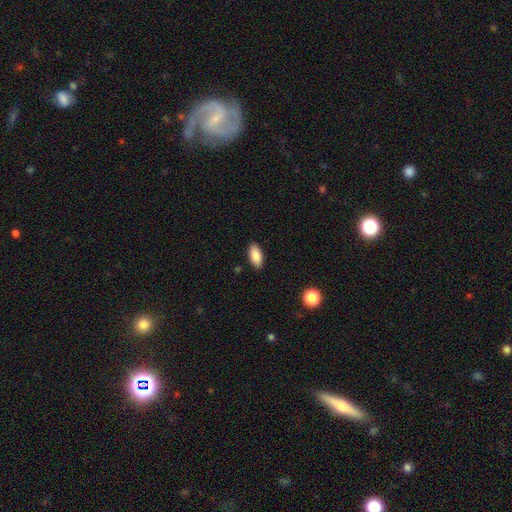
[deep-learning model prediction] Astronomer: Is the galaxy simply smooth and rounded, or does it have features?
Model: smooth — 87%.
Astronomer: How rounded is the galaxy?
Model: in between — 88%.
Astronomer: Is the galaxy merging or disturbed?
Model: none — 89%.